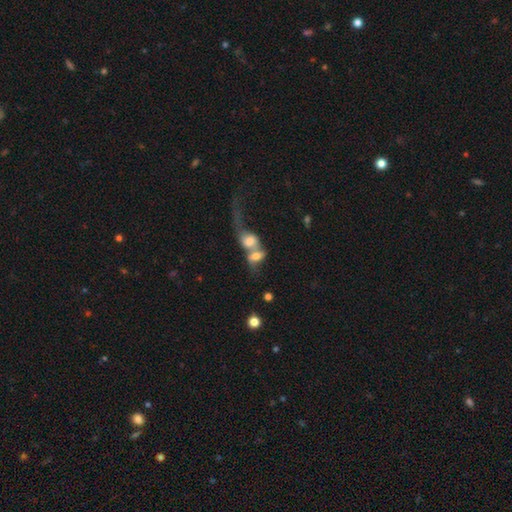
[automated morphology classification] The model was most divided on "smooth or featured": smooth: 54%, featured or disk: 34%, star or artifact: 11%. More confident: merging — merger (80%); how rounded — in between (68%).